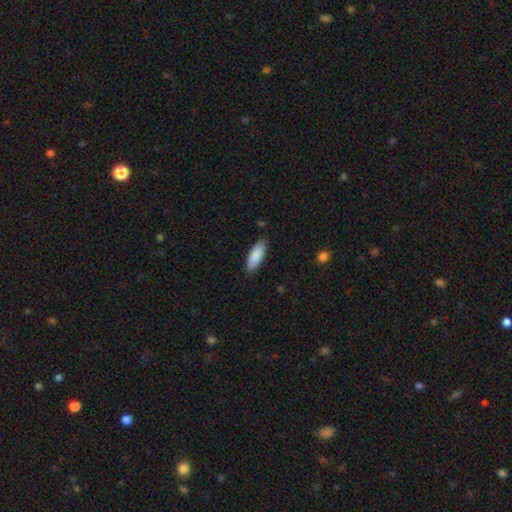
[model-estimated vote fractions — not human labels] The model was most divided on "how rounded": in between: 74%, cigar-shaped: 24%, round: 2%. More confident: smooth or featured — smooth (89%); merging — none (85%).